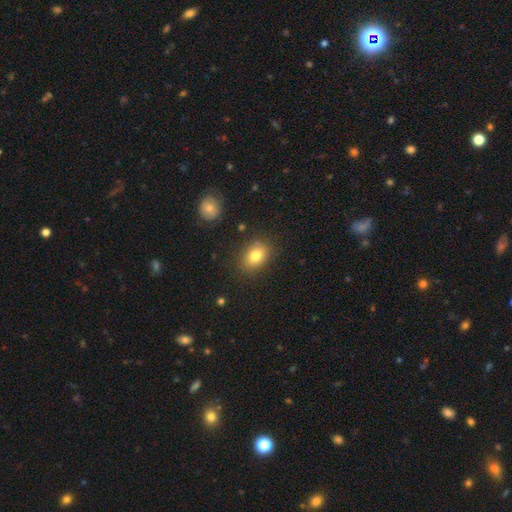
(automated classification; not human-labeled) A smooth galaxy with no disk features (80%) that is in between round and cigar-shaped (68%).

Vote fractions:
- Smooth or featured? smooth: 80% / star or artifact: 10% / featured or disk: 10%
- How rounded? in between: 68% / round: 31% / cigar-shaped: 1%
- Merging? none: 83% / minor disturbance: 12% / major disturbance: 3% / merger: 2%